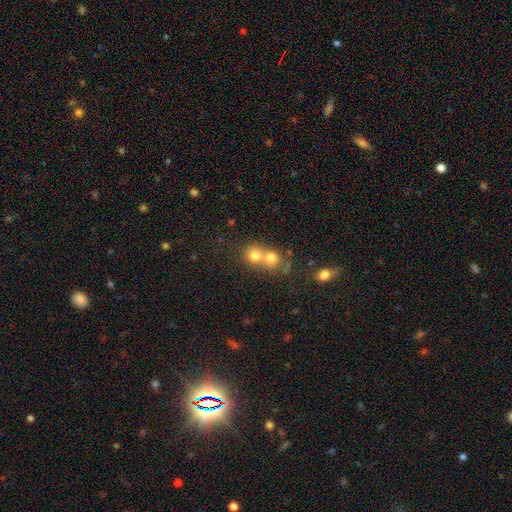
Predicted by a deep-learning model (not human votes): Smooth or featured: smooth — 73% (featured or disk — 13%)
How rounded: round — 81% (in between — 18%)
Merging: merger — 63% (none — 30%)